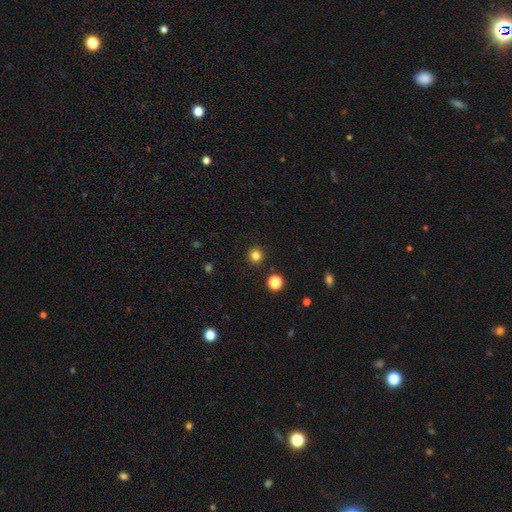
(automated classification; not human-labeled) Smooth or featured? Predicted: smooth (p=0.82). How rounded? Predicted: round (p=0.95). Merging? Predicted: none (p=0.92).